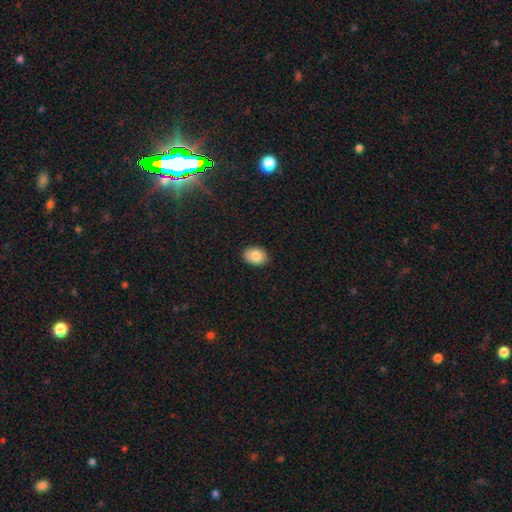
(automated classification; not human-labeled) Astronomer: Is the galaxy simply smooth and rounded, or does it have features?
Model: smooth — 83%.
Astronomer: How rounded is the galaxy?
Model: in between — 73%.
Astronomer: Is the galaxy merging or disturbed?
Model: none — 88%.